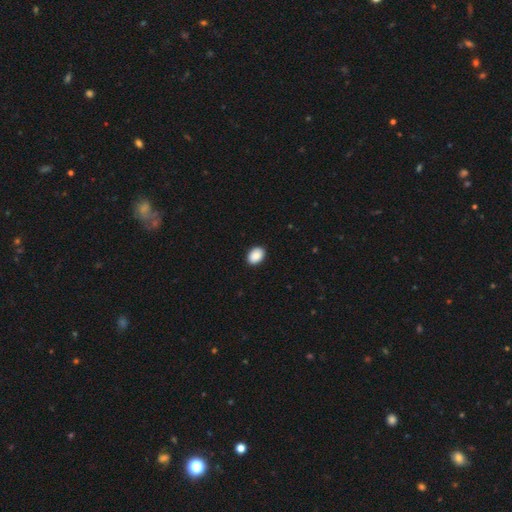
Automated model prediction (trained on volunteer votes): Overall: smooth (90%). How rounded: in between (79%). Merging: none (91%).